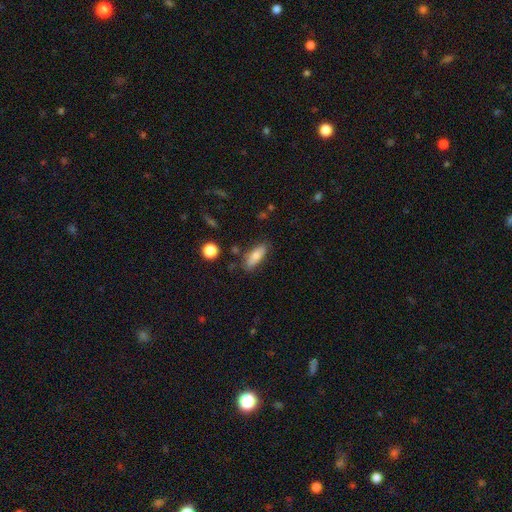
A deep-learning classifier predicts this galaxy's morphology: Overall: smooth (77%). How rounded: in between (69%). Merging: none (77%).